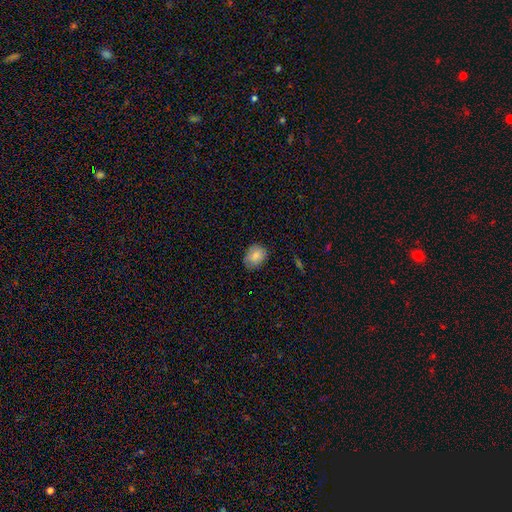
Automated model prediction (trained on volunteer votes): smooth 81%, featured or disk 11%, star or artifact 8%. Down the decision tree: how rounded — in between (58%); merging — none (76%).